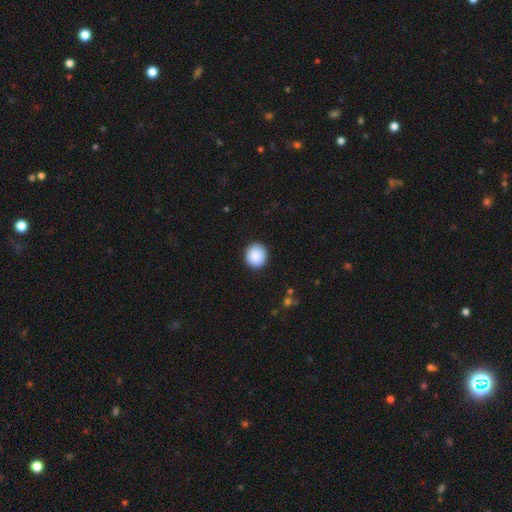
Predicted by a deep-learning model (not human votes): This is clearly a smooth galaxy (89%). How rounded: clearly round (85%). Merging: clearly none (91%).